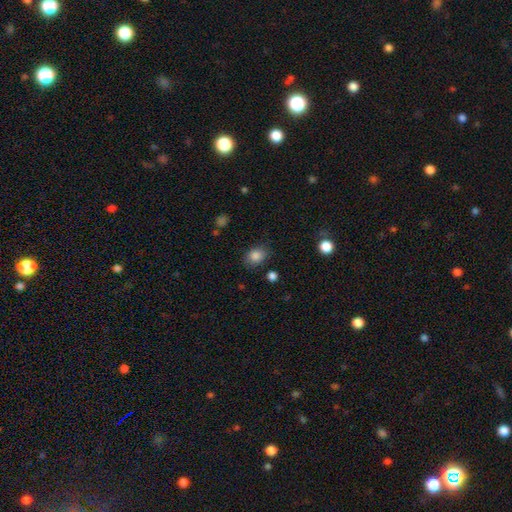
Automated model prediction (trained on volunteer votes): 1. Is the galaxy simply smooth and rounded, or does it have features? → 85% smooth, 9% star or artifact, 6% featured or disk.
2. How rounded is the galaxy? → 60% in between, 39% round, 1% cigar-shaped.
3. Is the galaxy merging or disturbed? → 77% none, 17% minor disturbance, 5% major disturbance, 2% merger.